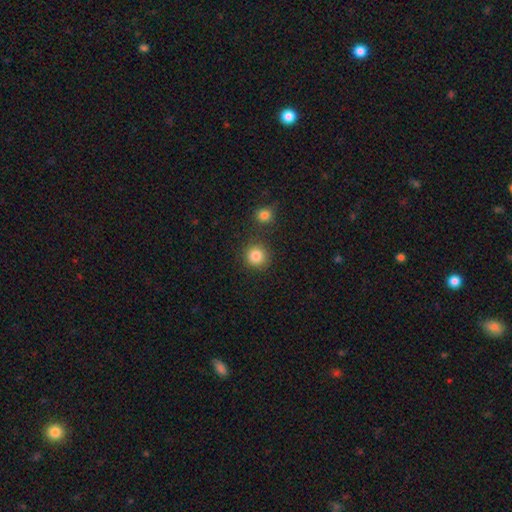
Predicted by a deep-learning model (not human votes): smooth-or-featured: smooth: 85% | star or artifact: 10% | featured or disk: 5%
  how-rounded: round: 93% | in between: 6% | cigar-shaped: 1%
  merging: none: 84% | minor disturbance: 7% | merger: 6% | major disturbance: 3%